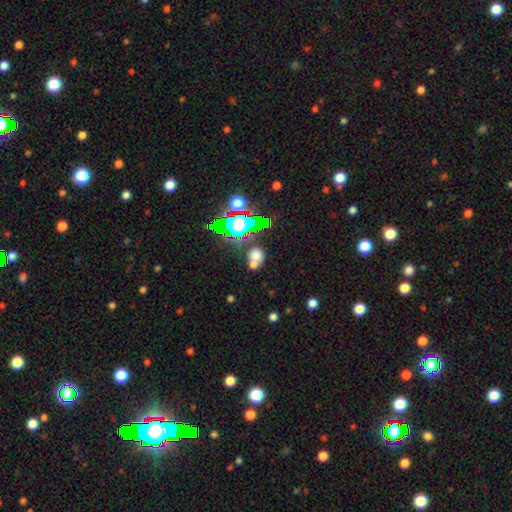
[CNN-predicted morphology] Smooth or featured? smooth (62%)
How rounded? round (69%)
Merging? none (48%)